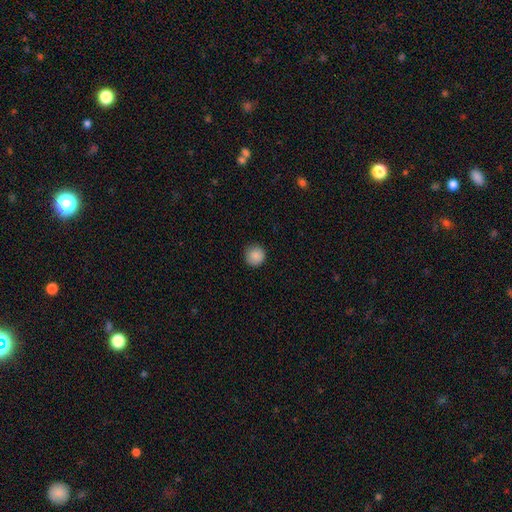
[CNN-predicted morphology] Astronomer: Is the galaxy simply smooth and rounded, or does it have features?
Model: smooth — 88%.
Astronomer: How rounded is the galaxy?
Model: round — 94%.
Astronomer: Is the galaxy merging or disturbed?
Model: none — 89%.